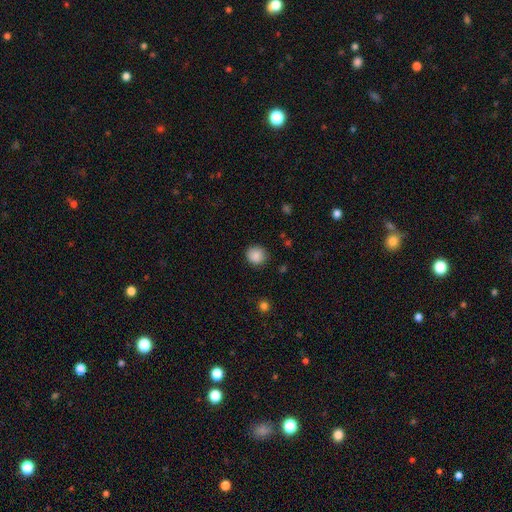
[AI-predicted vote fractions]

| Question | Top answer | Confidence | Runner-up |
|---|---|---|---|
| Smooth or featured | smooth | 87% | star or artifact (9%) |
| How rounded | round | 92% | in between (8%) |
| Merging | none | 88% | minor disturbance (9%) |